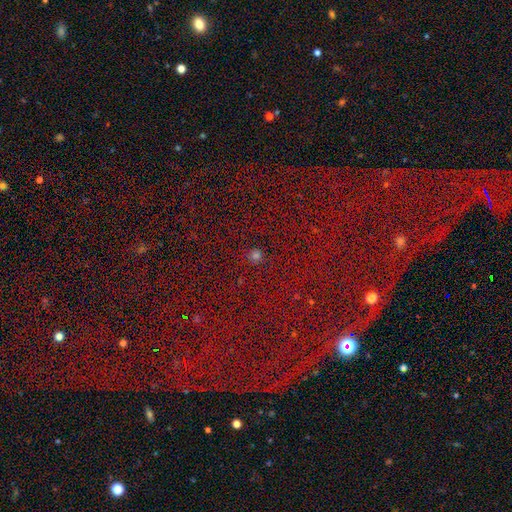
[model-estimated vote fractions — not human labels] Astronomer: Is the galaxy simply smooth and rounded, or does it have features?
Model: smooth — 53% (runner-up: star or artifact, 41%).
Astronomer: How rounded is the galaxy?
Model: round — 88%.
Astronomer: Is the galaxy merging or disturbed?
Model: none — 83%.